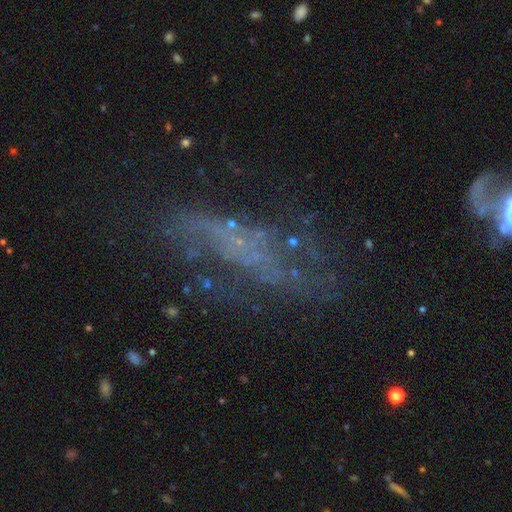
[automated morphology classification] A featured or disk galaxy (54%). Merging: none (40%).